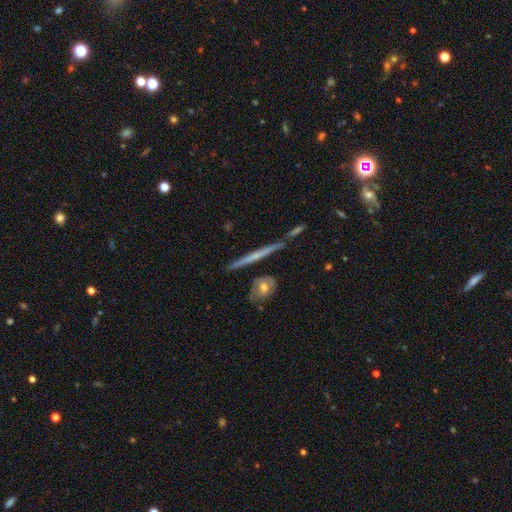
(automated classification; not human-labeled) Morphology: type=featured or disk (59%); edge-on=yes (94%); edge-on bulge=none (76%); merging=none (78%).